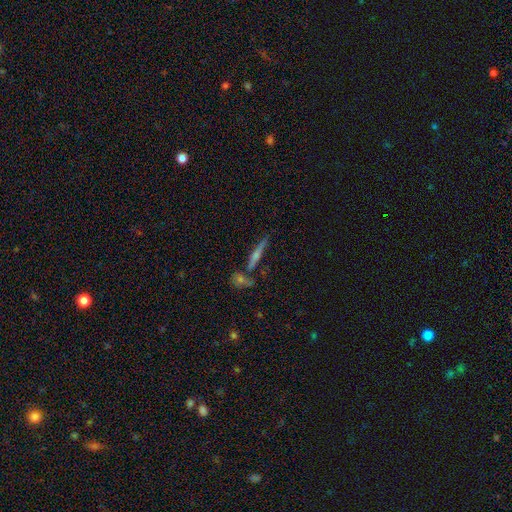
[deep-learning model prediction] Smooth or featured?
  - featured or disk: 66% *
  - smooth: 23%
  - star or artifact: 12%
Edge-on disk?
  - yes: 94% *
  - no: 6%
Edge-on bulge?
  - rounded: 75% *
  - none: 15%
  - boxy: 9%
Merging?
  - none: 69% *
  - merger: 16%
  - minor disturbance: 11%
  - major disturbance: 4%